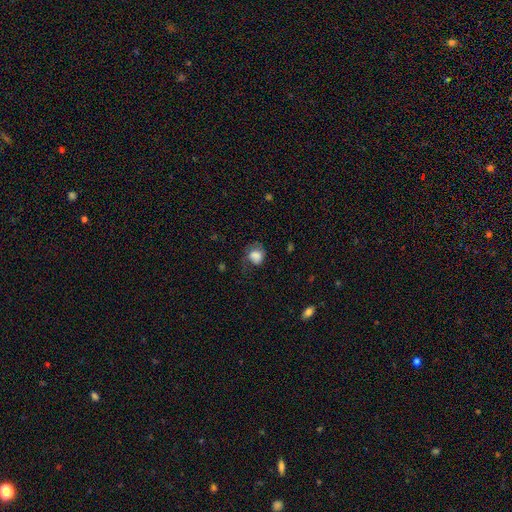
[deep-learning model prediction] Smooth or featured? smooth (77%)
How rounded? round (64%)
Merging? none (45%)